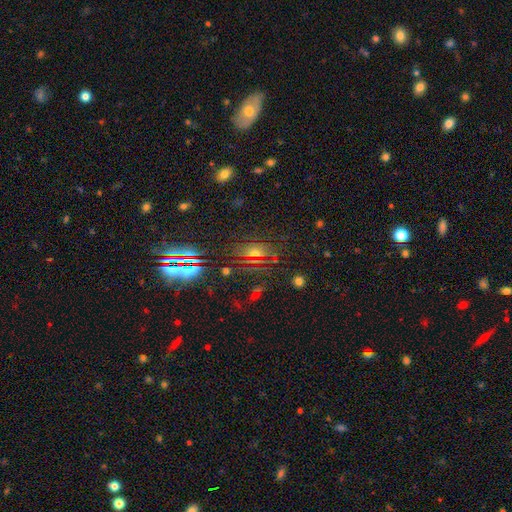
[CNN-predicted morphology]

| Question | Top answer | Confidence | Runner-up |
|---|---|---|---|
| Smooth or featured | star or artifact | 54% | smooth (32%) |